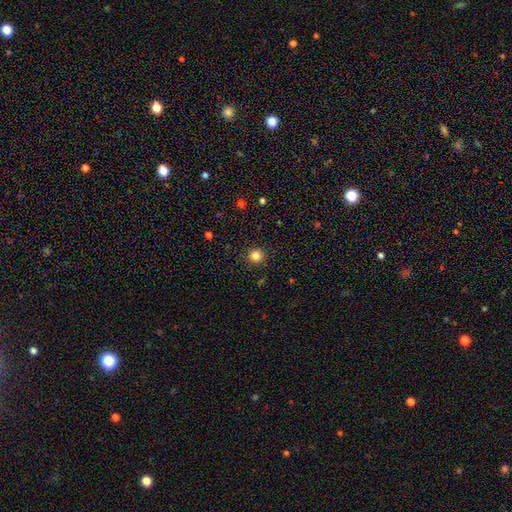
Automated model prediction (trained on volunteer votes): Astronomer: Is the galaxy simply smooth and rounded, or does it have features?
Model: smooth — 83%.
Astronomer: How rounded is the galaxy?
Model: round — 94%.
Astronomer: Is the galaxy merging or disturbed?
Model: none — 91%.